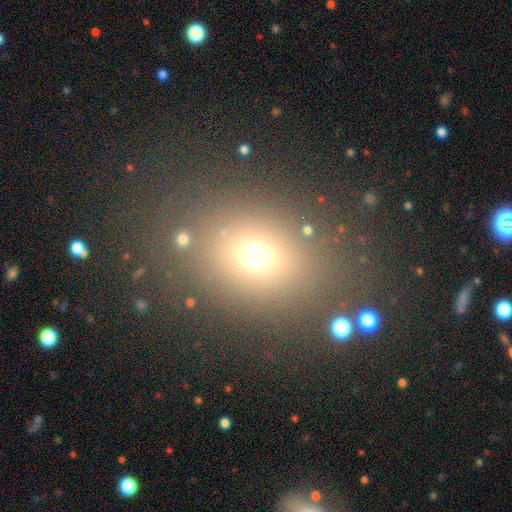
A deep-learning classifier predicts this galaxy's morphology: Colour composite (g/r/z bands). It shows a smooth galaxy with no disk features (65%) that is round (50%). Merging: none (80%).